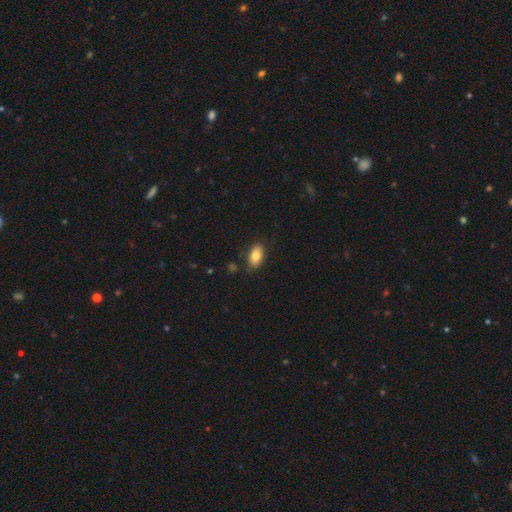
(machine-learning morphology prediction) A smooth galaxy with no disk features (81%) that is in between round and cigar-shaped (92%). Merging: none (83%).